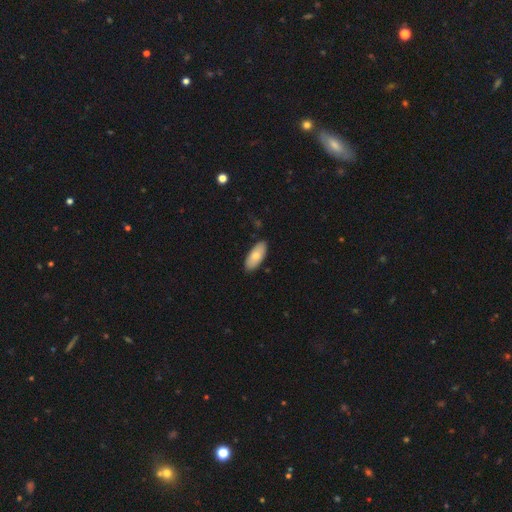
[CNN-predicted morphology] type=smooth (76%); roundness=in between (86%); merging=none (88%).